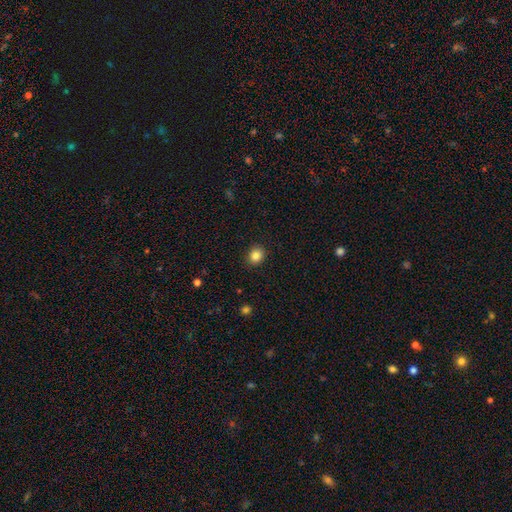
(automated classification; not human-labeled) Smooth or featured? Predicted: smooth (p=0.85). How rounded? Predicted: round (p=0.69). Merging? Predicted: none (p=0.89).